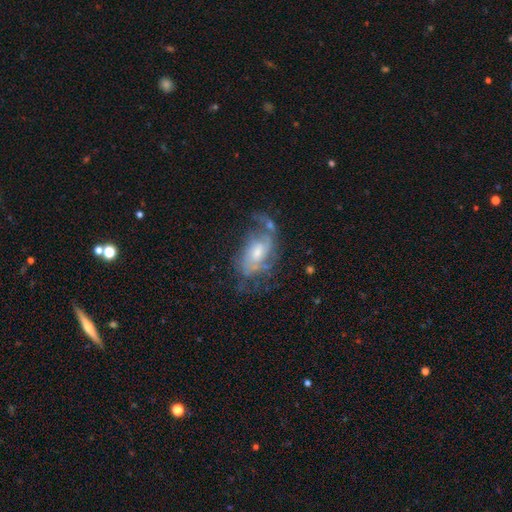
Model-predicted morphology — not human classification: This is likely a featured or disk galaxy (70%). It is clearly not viewed edge-on (94%). Bar: likely no (61%). Spiral arm pattern: likely yes (80%). Spiral arm count: marginally 2 (43%). Spiral winding: marginally medium (39%). Central bulge: possibly moderate (50%). Merging: possibly none (45%).